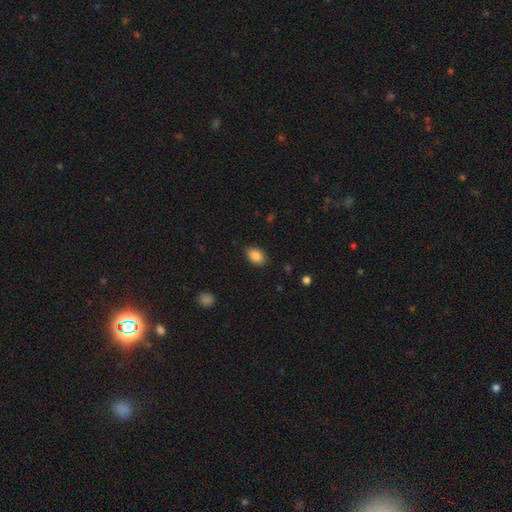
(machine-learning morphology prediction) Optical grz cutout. It shows a smooth galaxy with no disk features (88%) that is in between round and cigar-shaped (85%). Merging: none (86%).